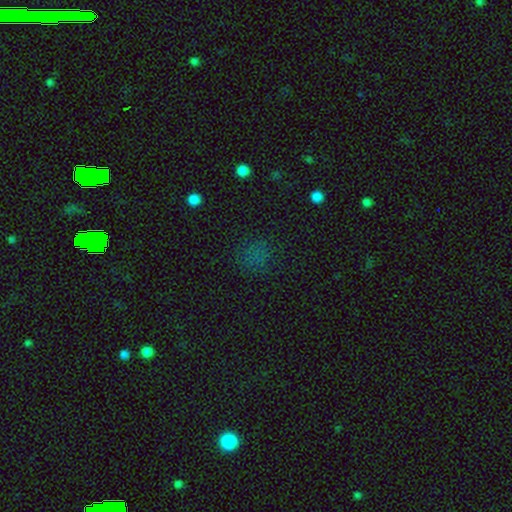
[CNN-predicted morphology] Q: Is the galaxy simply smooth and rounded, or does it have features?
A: smooth — 58%.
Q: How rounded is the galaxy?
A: round — 79%.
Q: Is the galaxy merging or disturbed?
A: none — 76%.